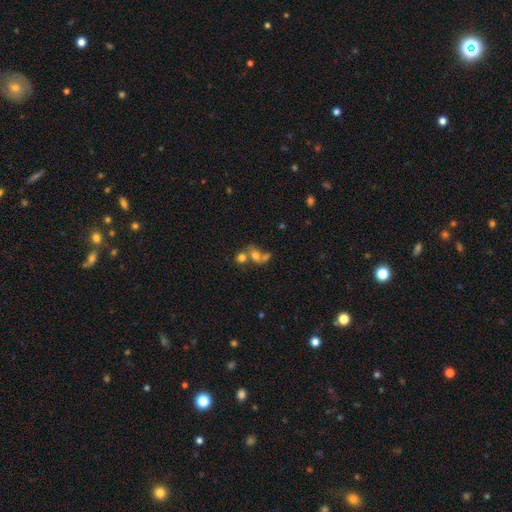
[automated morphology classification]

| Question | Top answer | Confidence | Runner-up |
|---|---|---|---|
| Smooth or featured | smooth | 63% | featured or disk (20%) |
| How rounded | round | 55% | in between (43%) |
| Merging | merger | 58% | none (26%) |